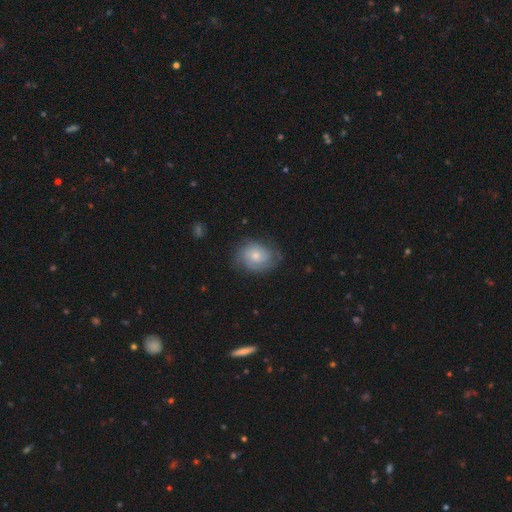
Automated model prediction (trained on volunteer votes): Morphology: type=featured or disk (46%, tied with smooth); merging=none (67%).